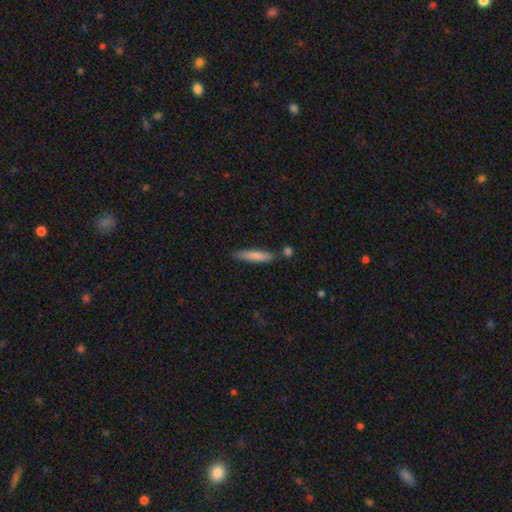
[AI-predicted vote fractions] Smooth or featured: smooth — 78% (featured or disk — 16%)
How rounded: cigar-shaped — 89% (in between — 10%)
Merging: none — 77% (minor disturbance — 13%)